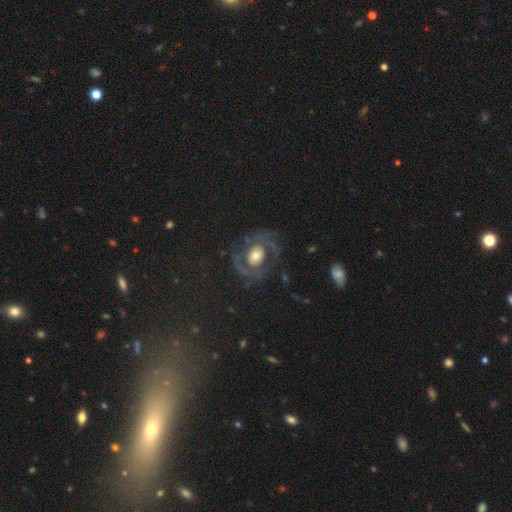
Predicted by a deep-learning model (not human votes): This appears to be a featured or disk galaxy (68%) with no bar (75%), spiral arms (65%) and a moderate central bulge (59%). Merging: none (64%).